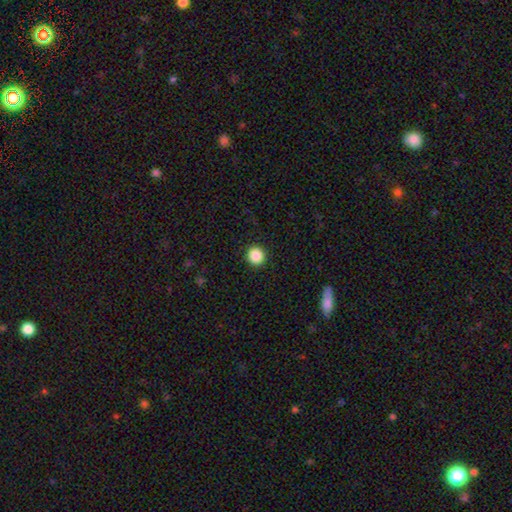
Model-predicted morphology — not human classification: The model was most divided on "smooth or featured": smooth: 87%, star or artifact: 10%, featured or disk: 3%. More confident: how rounded — round (94%); merging — none (93%).